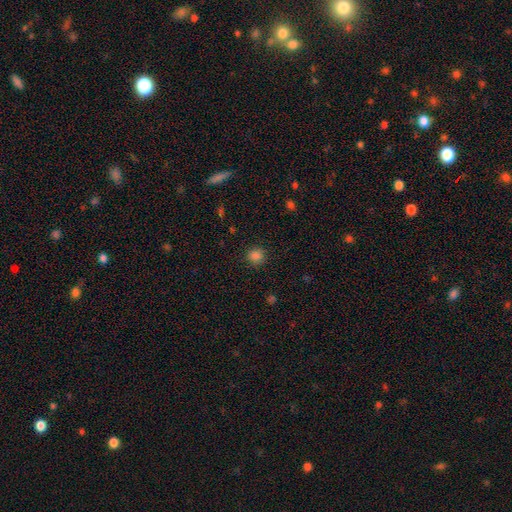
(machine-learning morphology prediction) Overall: smooth (84%). How rounded: round (91%). Merging: none (89%).